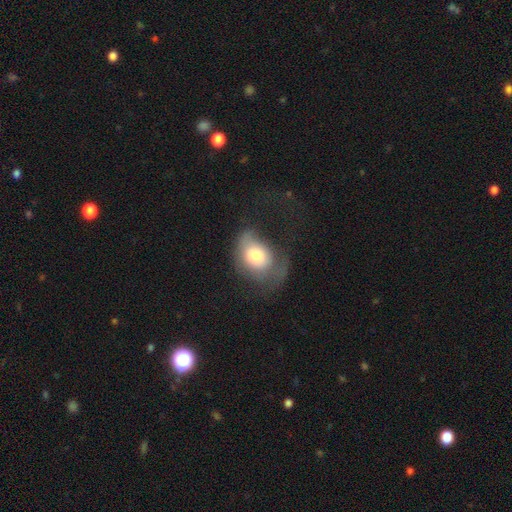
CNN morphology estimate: type=smooth (69%); roundness=in between (64%); merging=major disturbance (39%).